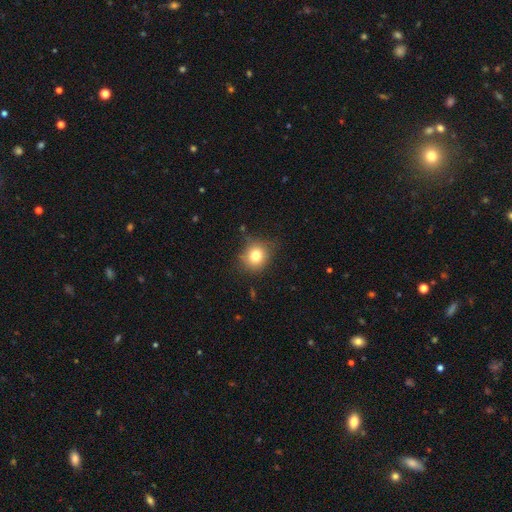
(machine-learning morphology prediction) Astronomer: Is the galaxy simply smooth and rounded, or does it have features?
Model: smooth — 79%.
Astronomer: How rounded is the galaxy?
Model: round — 81%.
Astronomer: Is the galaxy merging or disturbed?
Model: none — 74%.